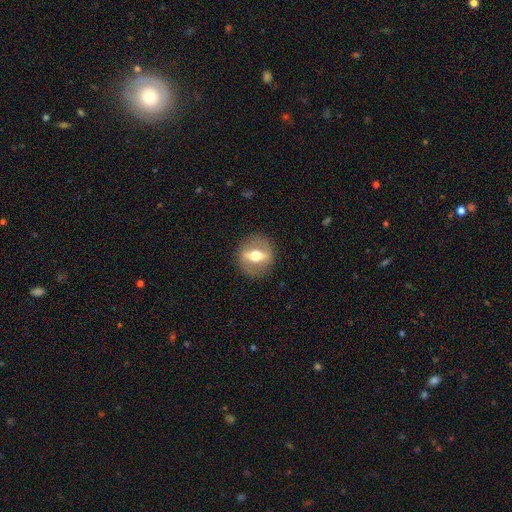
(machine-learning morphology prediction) Smooth or featured? featured or disk (64%)
Edge-on disk? no (64%)
Merging? none (87%)